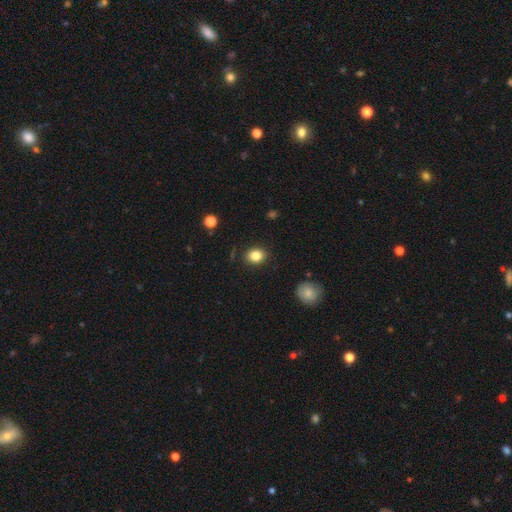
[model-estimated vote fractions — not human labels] Smooth or featured? smooth (84%)
How rounded? round (55%)
Merging? none (88%)